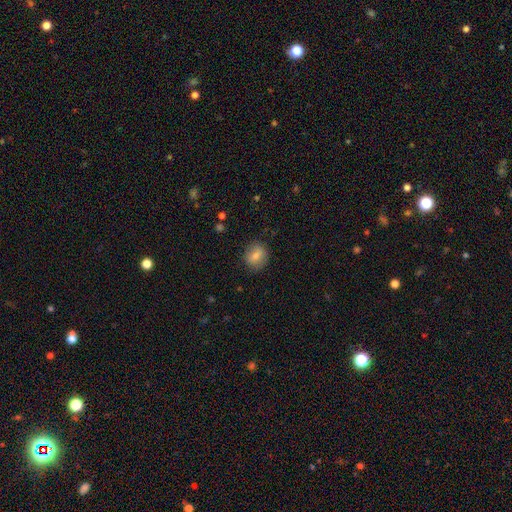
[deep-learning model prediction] This appears to be a smooth galaxy with no disk features (73%) that is round (72%). Merging: none (86%).